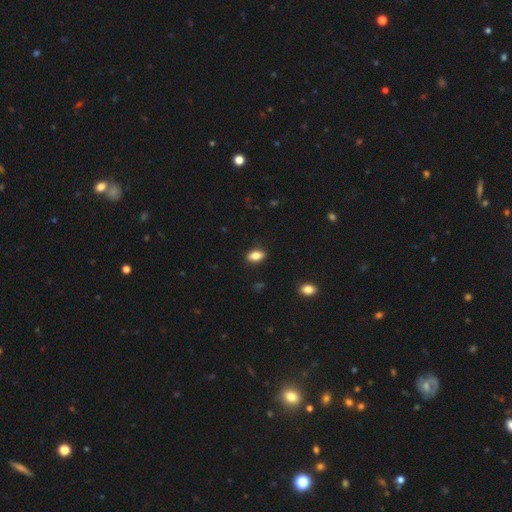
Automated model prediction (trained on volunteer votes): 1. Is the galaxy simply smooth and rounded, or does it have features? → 82% smooth, 10% featured or disk, 8% star or artifact.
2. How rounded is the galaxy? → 88% in between, 7% round, 6% cigar-shaped.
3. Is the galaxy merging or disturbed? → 88% none, 9% minor disturbance, 2% major disturbance, 1% merger.